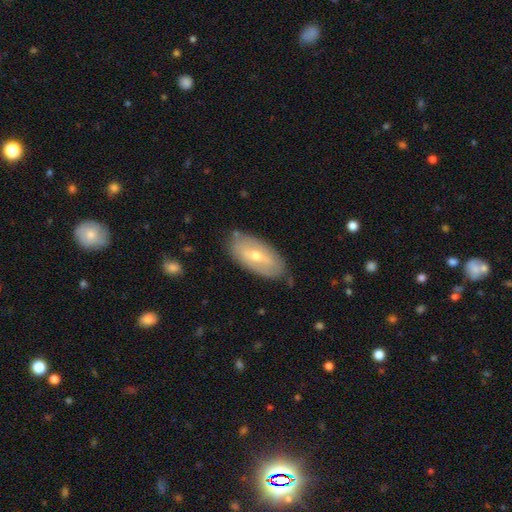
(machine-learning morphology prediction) This appears to be a featured or disk galaxy (49%). Merging: none (80%).